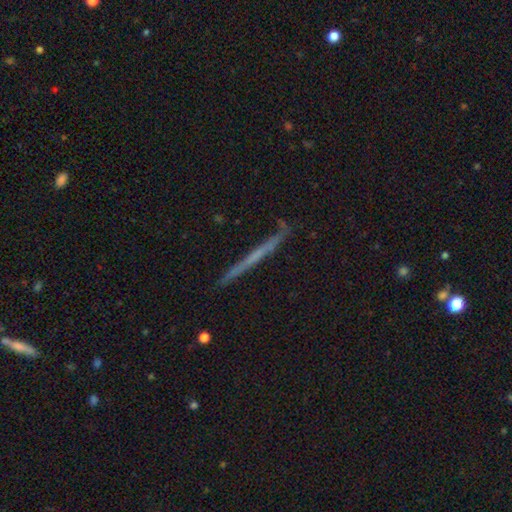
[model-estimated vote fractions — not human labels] smooth_or_featured: featured or disk (p=0.60) [alt: smooth p=0.33]
disk_edge_on: yes (p=0.97) [alt: no p=0.03]
edge_on_bulge: none (p=0.81) [alt: rounded p=0.14]
merging: none (p=0.88) [alt: minor disturbance p=0.09]